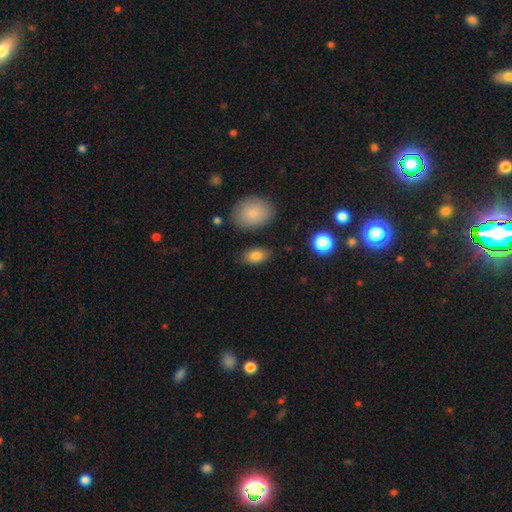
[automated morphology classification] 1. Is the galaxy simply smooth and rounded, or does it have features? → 84% smooth, 8% star or artifact, 8% featured or disk.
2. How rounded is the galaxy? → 90% in between, 7% round, 3% cigar-shaped.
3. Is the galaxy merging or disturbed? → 83% none, 11% minor disturbance, 3% merger, 3% major disturbance.